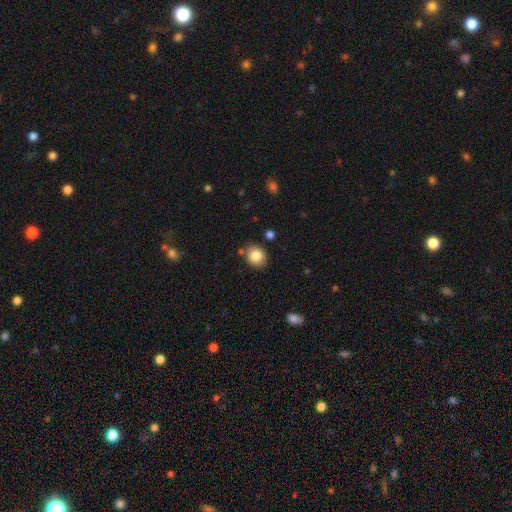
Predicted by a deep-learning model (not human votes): Overall: smooth (83%). How rounded: round (76%). Merging: none (82%).